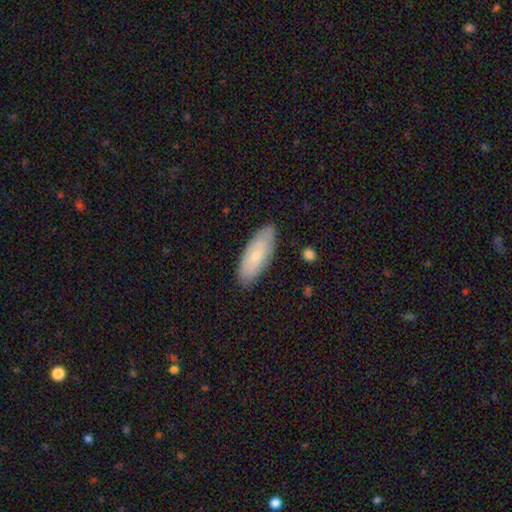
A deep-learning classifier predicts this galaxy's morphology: Smooth or featured? smooth (62%)
How rounded? in between (77%)
Merging? none (83%)